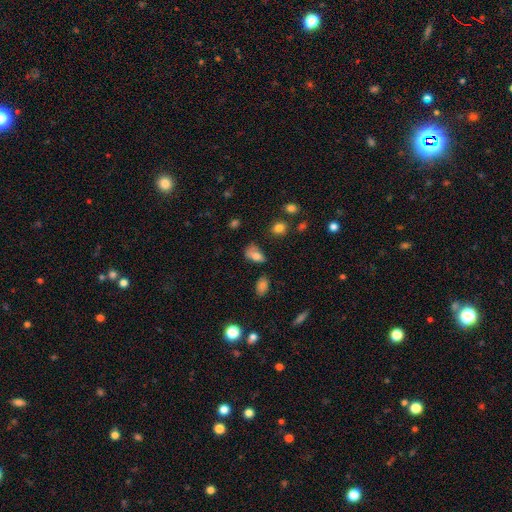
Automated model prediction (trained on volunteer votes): smooth_or_featured: smooth (p=0.75) [alt: featured or disk p=0.13]
how_rounded: in between (p=0.88) [alt: round p=0.09]
merging: none (p=0.45) [alt: minor disturbance p=0.32]